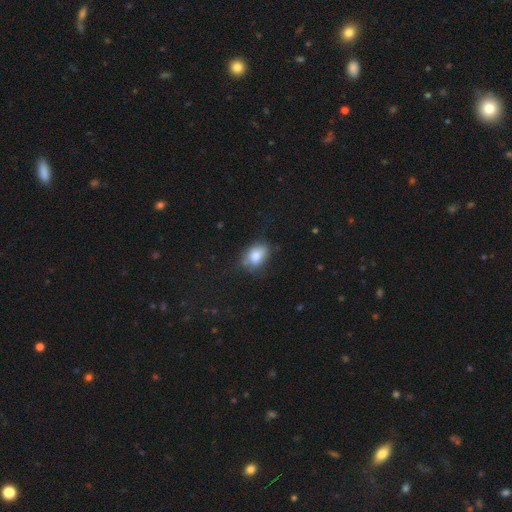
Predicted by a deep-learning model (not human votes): Smooth or featured? Predicted: smooth (p=0.80). How rounded? Predicted: in between (p=0.79). Merging? Predicted: none (p=0.64).